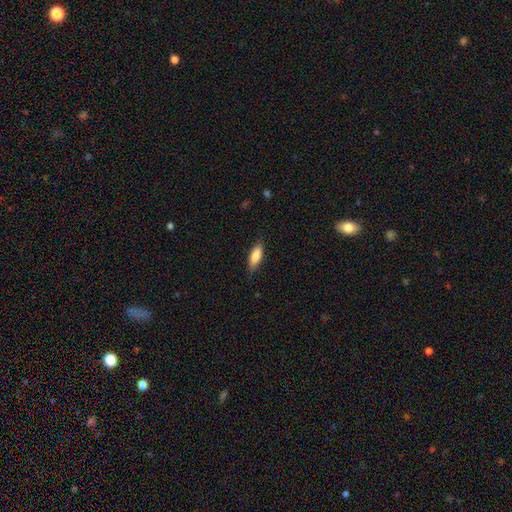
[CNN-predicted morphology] This is clearly a smooth galaxy (83%). How rounded: likely in between (67%). Merging: clearly none (83%).